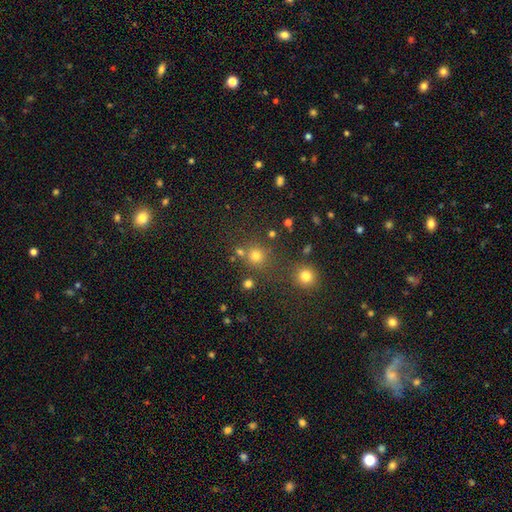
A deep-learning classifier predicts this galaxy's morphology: smooth_or_featured: smooth (p=0.69) [alt: star or artifact p=0.24]
how_rounded: round (p=0.91) [alt: in between p=0.08]
merging: none (p=0.73) [alt: merger p=0.14]